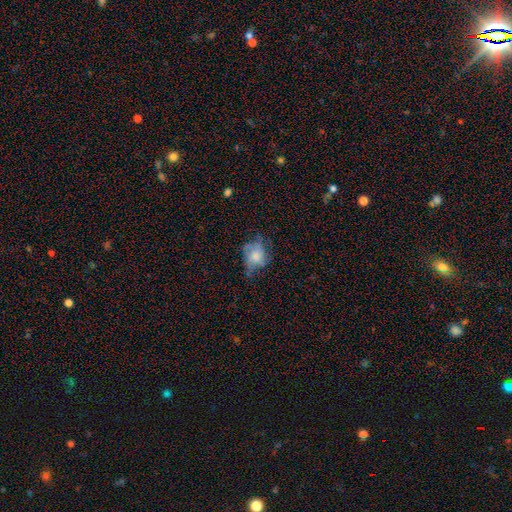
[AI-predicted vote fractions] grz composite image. It shows a smooth galaxy with no disk features (49%). Merging: none (45%).